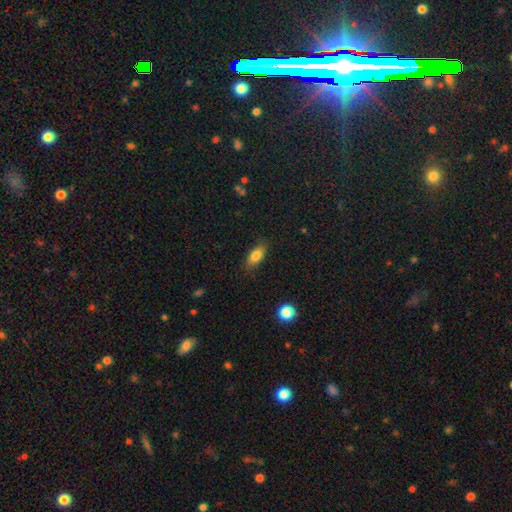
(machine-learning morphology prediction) The model was most divided on "merging": none: 82%, minor disturbance: 13%, major disturbance: 3%, merger: 1%. More confident: how rounded — in between (84%); smooth or featured — smooth (81%).